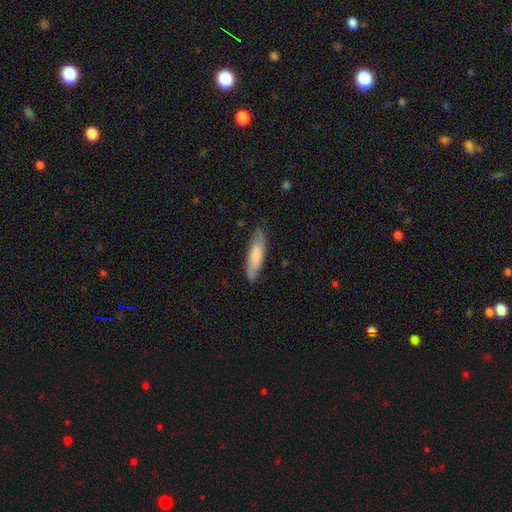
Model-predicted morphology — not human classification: This is likely a smooth galaxy (69%). How rounded: likely cigar-shaped (61%). Merging: likely none (79%).